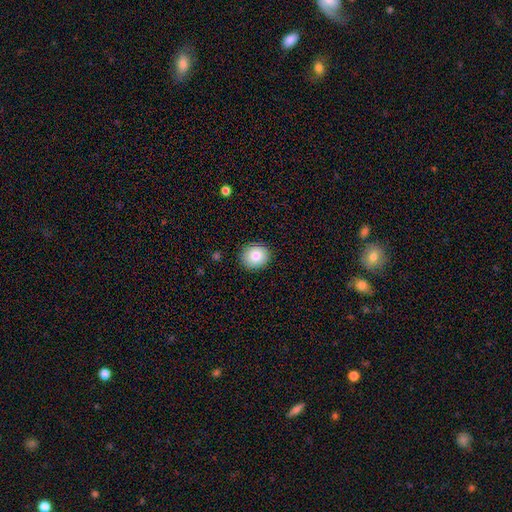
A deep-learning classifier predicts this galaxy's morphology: smooth 82%, featured or disk 9%, star or artifact 9%. Down the decision tree: how rounded — round (81%); merging — none (90%).